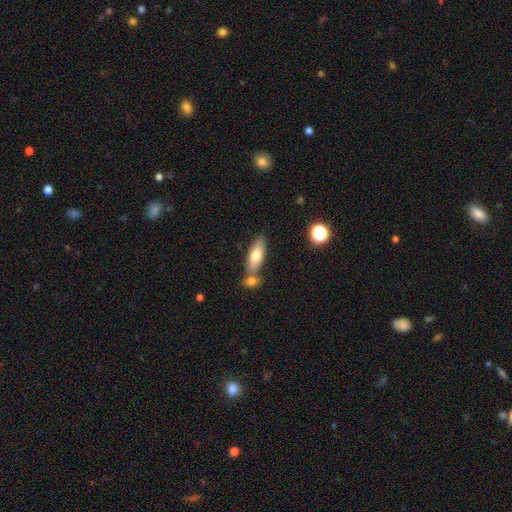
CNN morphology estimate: smooth_or_featured: smooth (p=0.72) [alt: featured or disk p=0.21]
how_rounded: in between (p=0.64) [alt: cigar-shaped p=0.33]
merging: none (p=0.57) [alt: merger p=0.28]